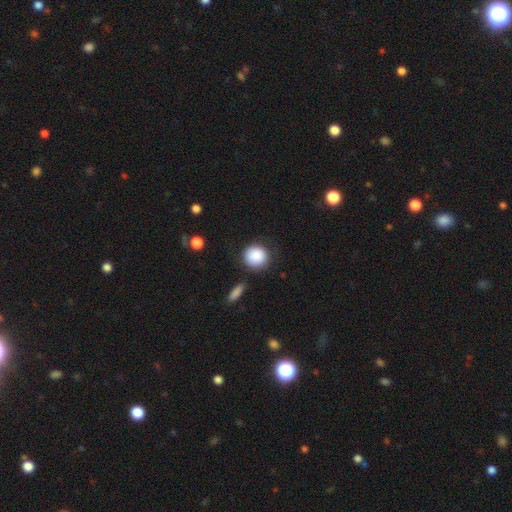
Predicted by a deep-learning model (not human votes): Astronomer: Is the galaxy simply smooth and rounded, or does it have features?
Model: smooth — 88%.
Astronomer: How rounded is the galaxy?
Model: round — 90%.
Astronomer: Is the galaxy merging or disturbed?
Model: none — 80%.